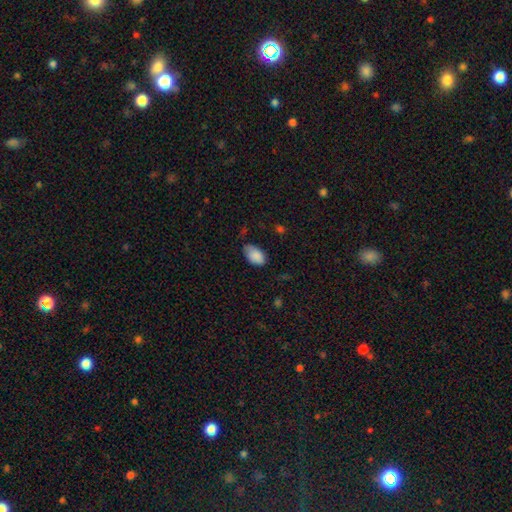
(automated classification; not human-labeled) Smooth or featured?
  - smooth: 88% *
  - star or artifact: 7%
  - featured or disk: 5%
How rounded?
  - in between: 92% *
  - round: 6%
  - cigar-shaped: 1%
Merging?
  - none: 62% *
  - minor disturbance: 31%
  - major disturbance: 5%
  - merger: 2%